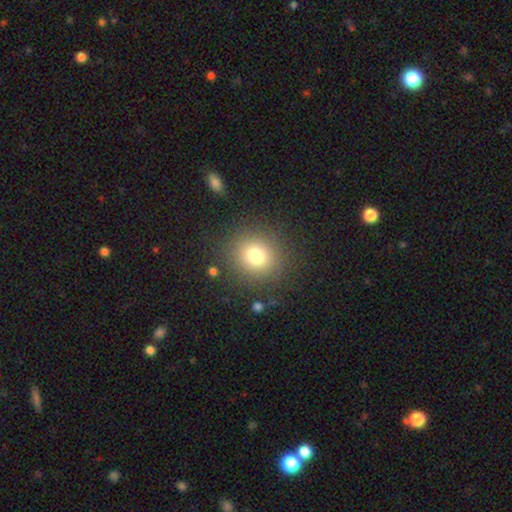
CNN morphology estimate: Smooth or featured? Predicted: smooth (p=0.77). How rounded? Predicted: round (p=0.89). Merging? Predicted: none (p=0.86).